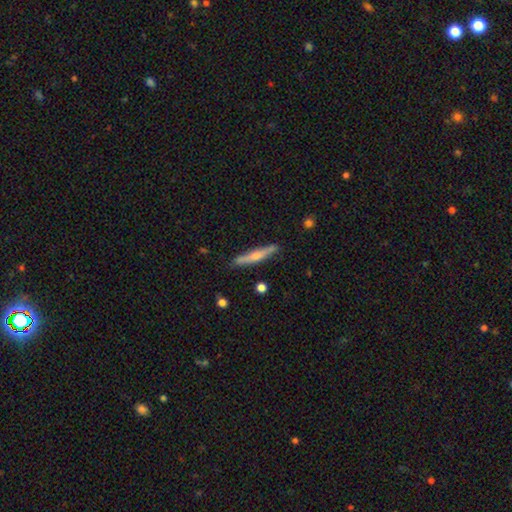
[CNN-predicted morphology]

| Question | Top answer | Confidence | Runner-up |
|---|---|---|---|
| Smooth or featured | featured or disk | 49% | smooth (45%) |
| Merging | none | 86% | minor disturbance (10%) |